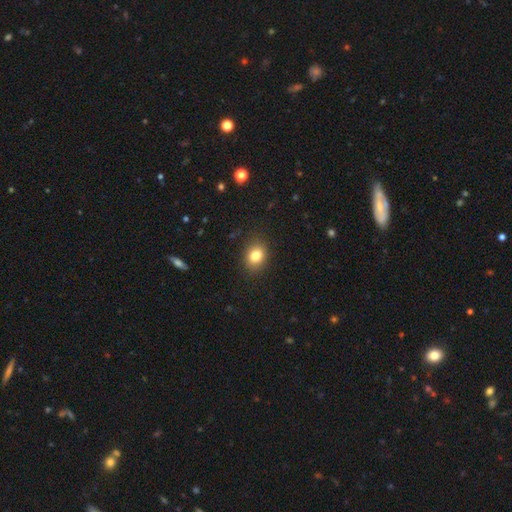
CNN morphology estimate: A smooth galaxy with no disk features (81%) that is in between round and cigar-shaped (50%).

Vote fractions:
- Smooth or featured? smooth: 81% / star or artifact: 11% / featured or disk: 8%
- How rounded? in between: 50% / round: 49% / cigar-shaped: 1%
- Merging? none: 87% / minor disturbance: 10% / major disturbance: 3% / merger: 1%